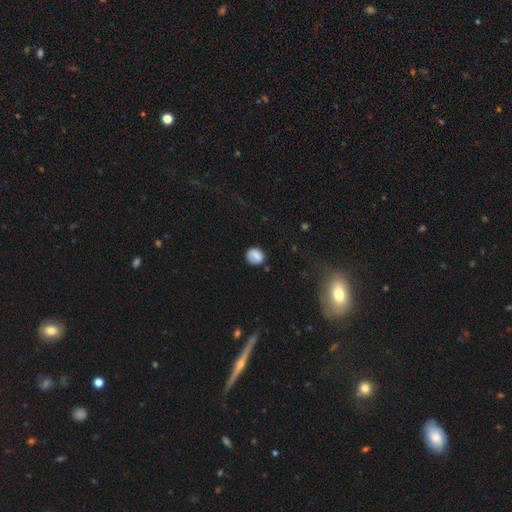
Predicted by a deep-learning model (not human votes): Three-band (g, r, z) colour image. It shows a smooth galaxy with no disk features (77%) that is round (73%). Merging: none (76%).